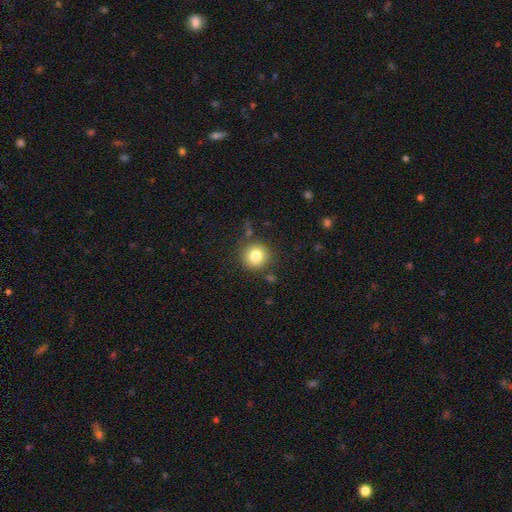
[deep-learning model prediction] Smooth or featured? Predicted: smooth (p=0.81). How rounded? Predicted: round (p=0.92). Merging? Predicted: none (p=0.84).